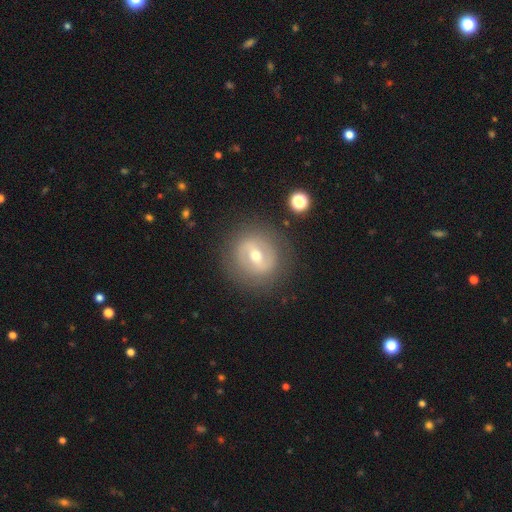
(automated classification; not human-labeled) This is likely a featured or disk galaxy (68%). It is clearly not viewed edge-on (96%). Bar: marginally weak (44%). Spiral arm pattern: possibly yes (56%). Central bulge: likely moderate (60%). Merging: clearly none (85%).